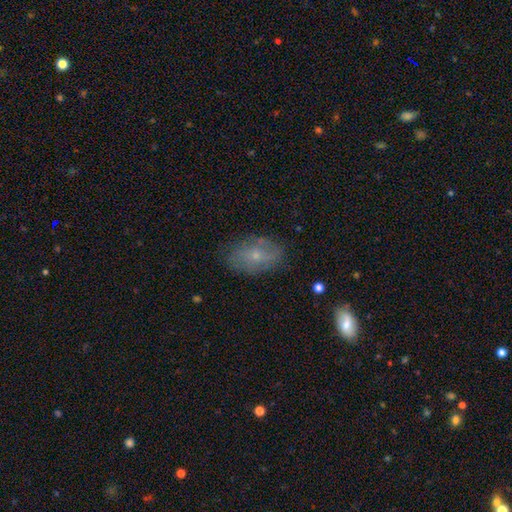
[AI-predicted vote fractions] Smooth or featured? Predicted: smooth (p=0.49). Merging? Predicted: none (p=0.72).